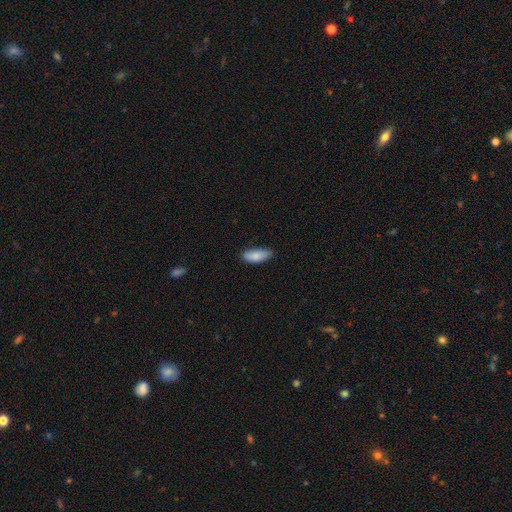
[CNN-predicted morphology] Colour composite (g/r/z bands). It shows a smooth galaxy with no disk features (84%) that is in between round and cigar-shaped (82%). Merging: none (76%).